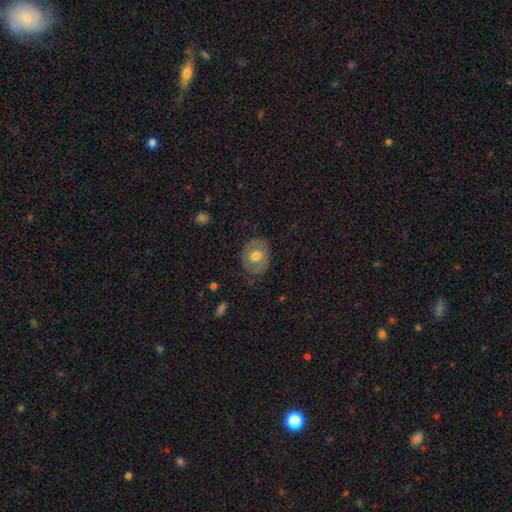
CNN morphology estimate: Smooth or featured: featured or disk — 48% (smooth — 45%)
Merging: none — 76% (minor disturbance — 17%)